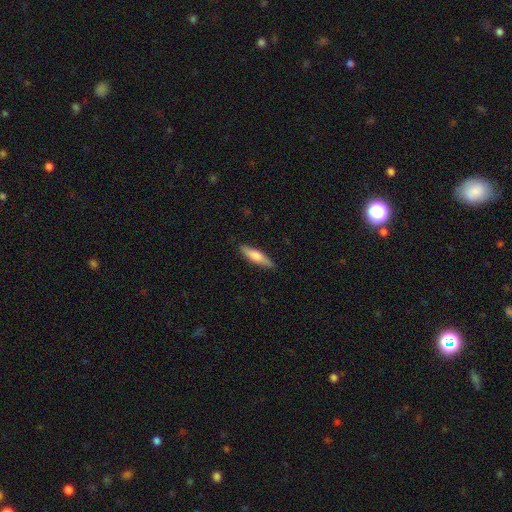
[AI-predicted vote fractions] smooth-or-featured: smooth: 67% | featured or disk: 28% | star or artifact: 5%
  how-rounded: cigar-shaped: 70% | in between: 28% | round: 2%
  merging: none: 86% | minor disturbance: 11% | major disturbance: 2% | merger: 1%